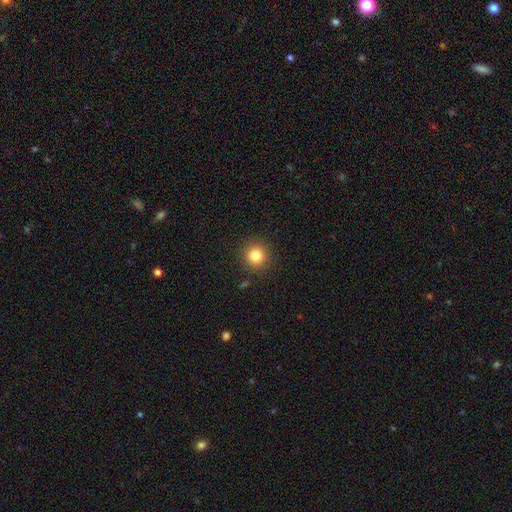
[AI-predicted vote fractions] Q: Smooth or featured?
A: smooth (81%); runner-up: star or artifact (12%)
Q: How rounded?
A: round (93%); runner-up: in between (6%)
Q: Merging?
A: none (90%); runner-up: minor disturbance (6%)